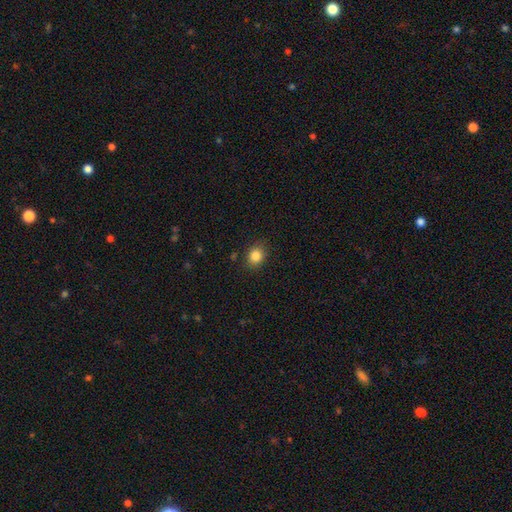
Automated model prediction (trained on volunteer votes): This is clearly a smooth galaxy (84%). How rounded: likely round (60%). Merging: clearly none (85%).